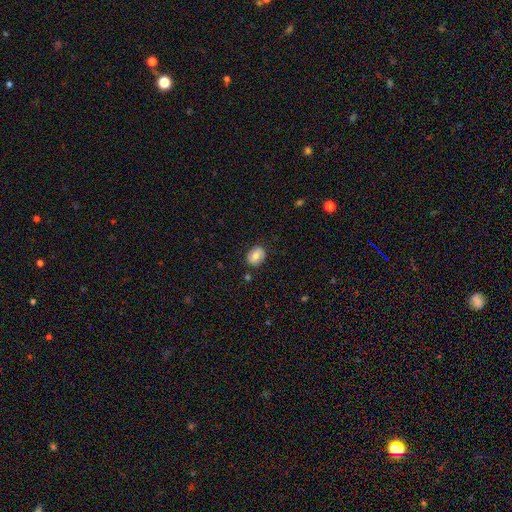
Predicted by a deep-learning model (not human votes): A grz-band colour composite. It shows a smooth galaxy with no disk features (71%) that is in between round and cigar-shaped (55%). Merging: none (82%).